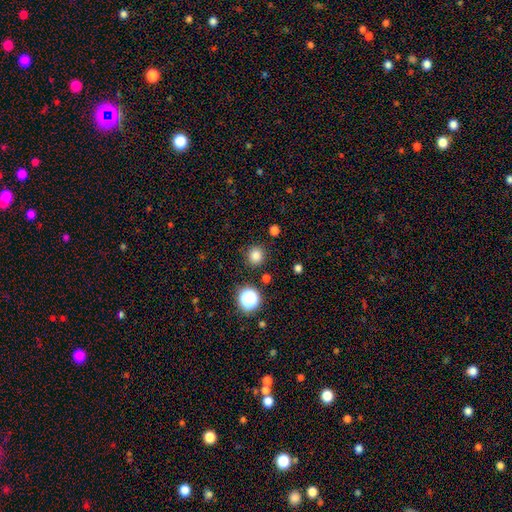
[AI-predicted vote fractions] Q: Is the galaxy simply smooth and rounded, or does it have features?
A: smooth — 81%.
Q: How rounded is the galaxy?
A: round — 90%.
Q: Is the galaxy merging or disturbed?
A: none — 87%.